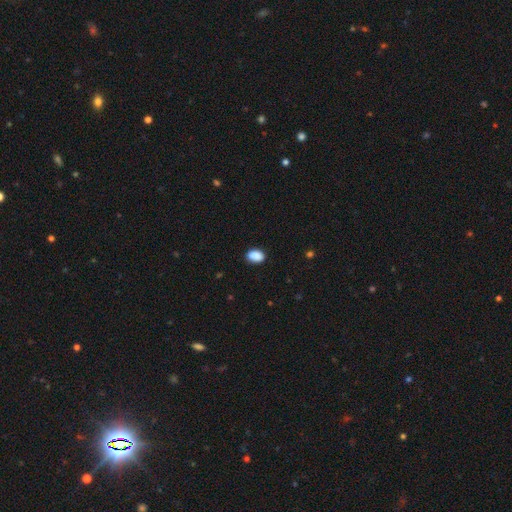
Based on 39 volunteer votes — smooth_or_featured: smooth (p=0.85) [alt: star or artifact p=0.13]
how_rounded: in between (p=0.91) [alt: round p=0.09]
merging: none (p=0.97) [alt: merger p=0.03]